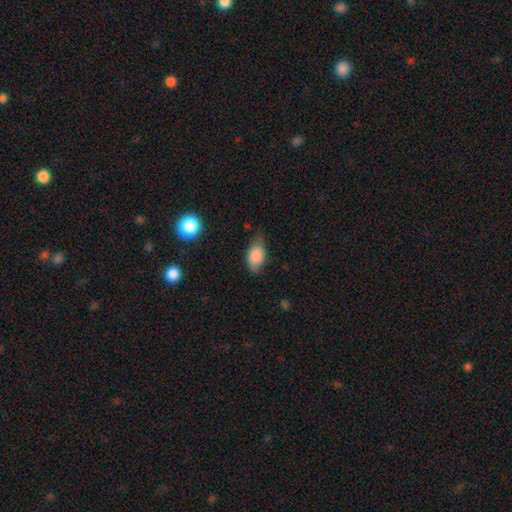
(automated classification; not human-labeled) This appears to be a smooth galaxy with no disk features (82%) that is in between round and cigar-shaped (89%). Merging: none (56%).